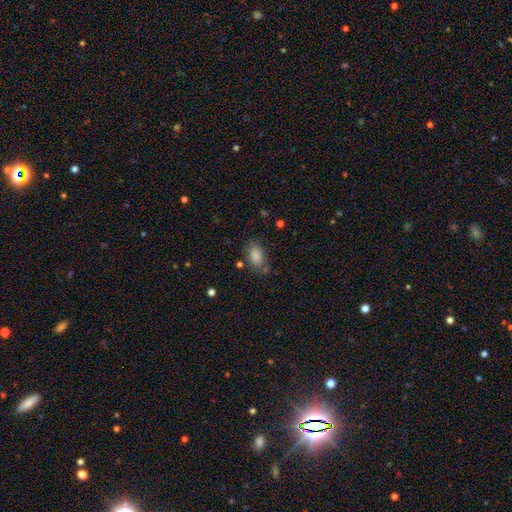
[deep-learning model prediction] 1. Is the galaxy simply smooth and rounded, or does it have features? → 85% smooth, 8% star or artifact, 7% featured or disk.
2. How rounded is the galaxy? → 90% in between, 8% round, 2% cigar-shaped.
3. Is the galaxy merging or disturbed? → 71% none, 18% minor disturbance, 6% major disturbance, 5% merger.